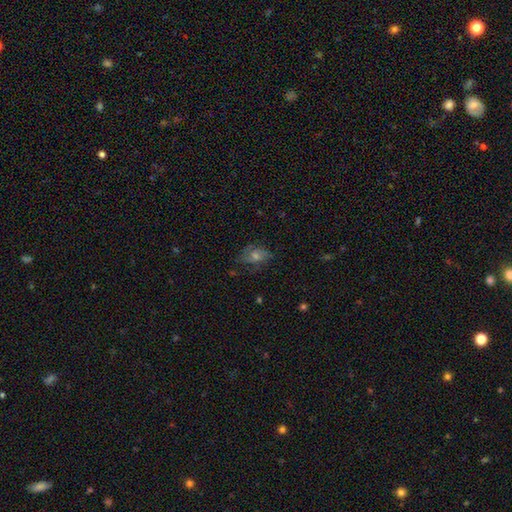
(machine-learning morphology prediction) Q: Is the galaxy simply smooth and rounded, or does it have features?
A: featured or disk — 53%.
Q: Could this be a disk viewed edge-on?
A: no — 95%.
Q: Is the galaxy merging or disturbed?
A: none — 70%.